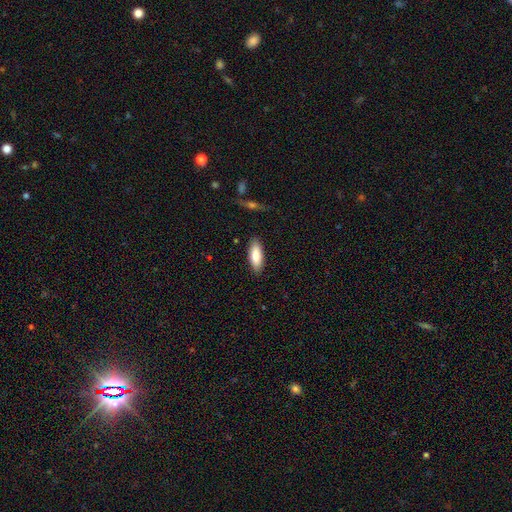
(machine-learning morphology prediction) A smooth galaxy with no disk features (84%) that is in between round and cigar-shaped (71%). Merging: none (87%).